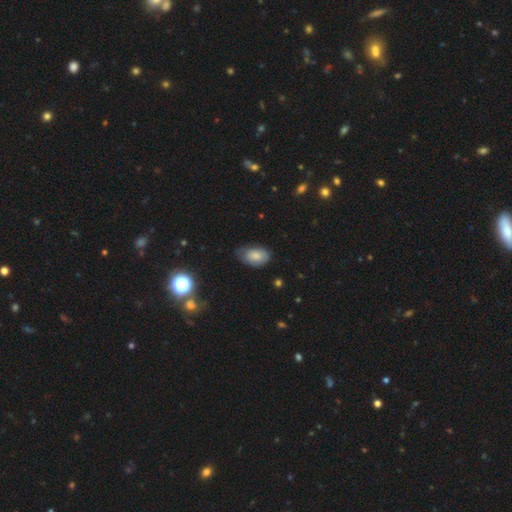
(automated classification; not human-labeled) Overall: smooth (77%). How rounded: in between (90%). Merging: none (58%; minor disturbance 33%).